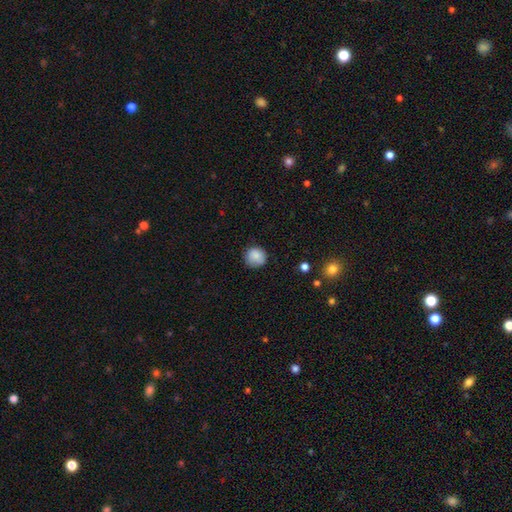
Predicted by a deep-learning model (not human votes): Q: Smooth or featured?
A: smooth (86%); runner-up: star or artifact (9%)
Q: How rounded?
A: round (90%); runner-up: in between (10%)
Q: Merging?
A: none (78%); runner-up: minor disturbance (17%)